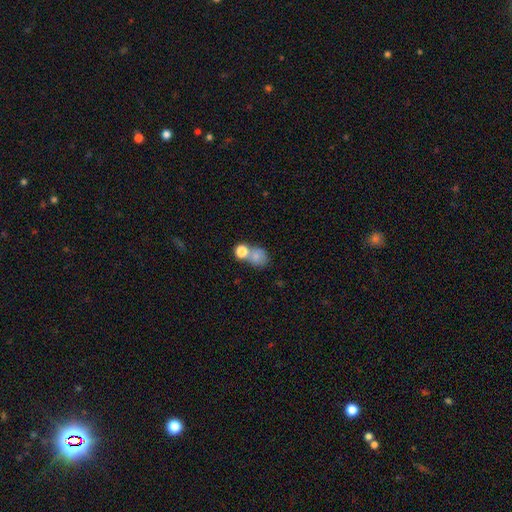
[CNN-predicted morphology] The model was most divided on "merging": merger: 42%, none: 40%, minor disturbance: 12%, major disturbance: 6%. More confident: smooth or featured — smooth (76%); how rounded — round (69%).